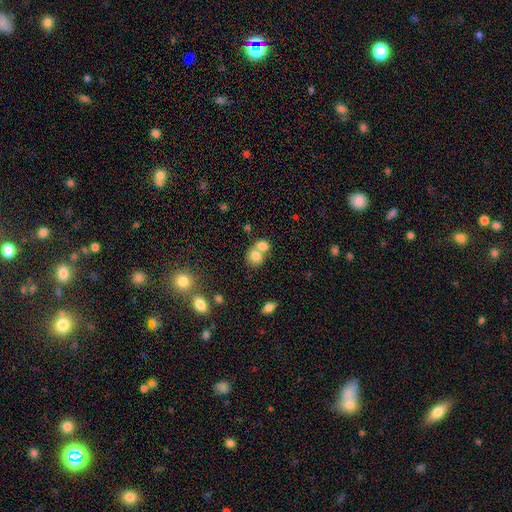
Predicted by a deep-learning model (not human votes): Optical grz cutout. It shows a smooth galaxy with no disk features (76%) that is round (66%). Merging: merger (60%).